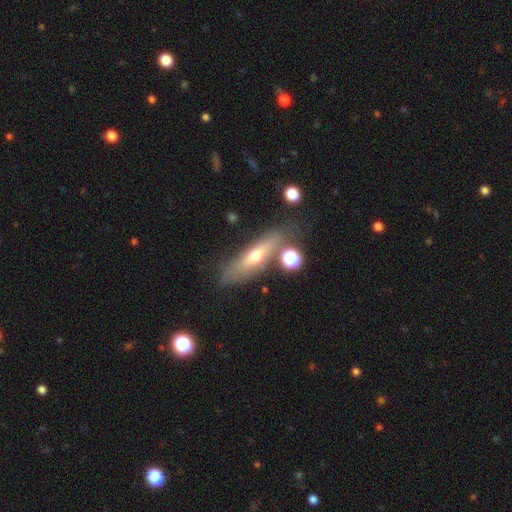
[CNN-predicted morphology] Overall: featured or disk (47%; smooth 44%). Merging: none (70%).